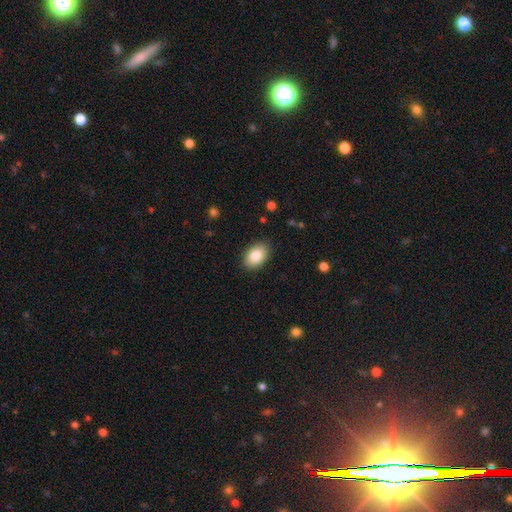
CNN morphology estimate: The model was most divided on "smooth or featured": smooth: 84%, featured or disk: 9%, star or artifact: 7%. More confident: how rounded — in between (88%); merging — none (87%).